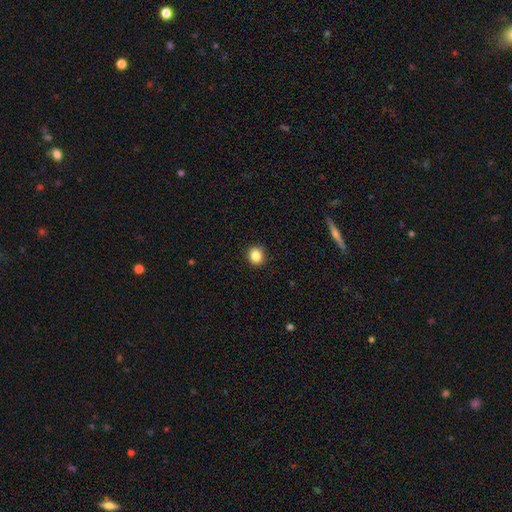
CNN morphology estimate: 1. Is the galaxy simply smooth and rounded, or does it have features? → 86% smooth, 10% star or artifact, 4% featured or disk.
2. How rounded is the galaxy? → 77% round, 22% in between, 1% cigar-shaped.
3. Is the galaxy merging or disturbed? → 89% none, 8% minor disturbance, 2% major disturbance, 1% merger.